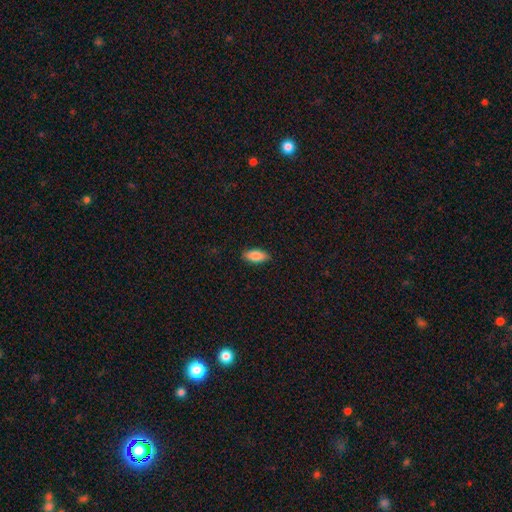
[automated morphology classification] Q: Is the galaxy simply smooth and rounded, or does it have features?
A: smooth — 87%.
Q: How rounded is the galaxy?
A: in between — 87%.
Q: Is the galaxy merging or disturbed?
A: none — 89%.